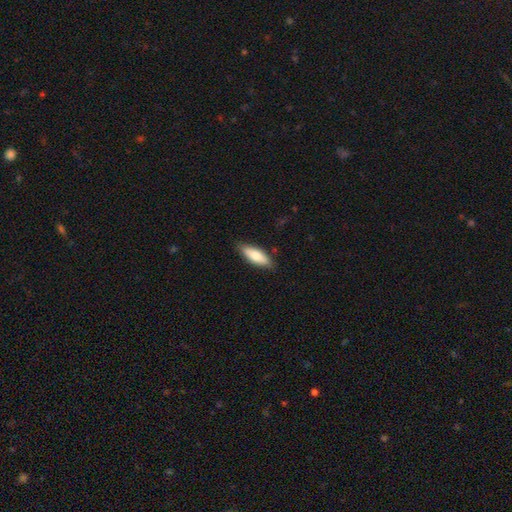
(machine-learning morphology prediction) A smooth galaxy with no disk features (73%) that is in between round and cigar-shaped (62%). Merging: none (84%).